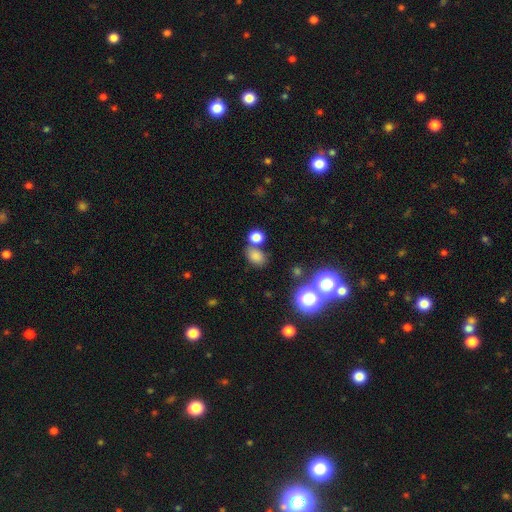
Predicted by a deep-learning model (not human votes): This is likely a smooth galaxy (76%). How rounded: likely in between (61%). Merging: possibly none (57%).